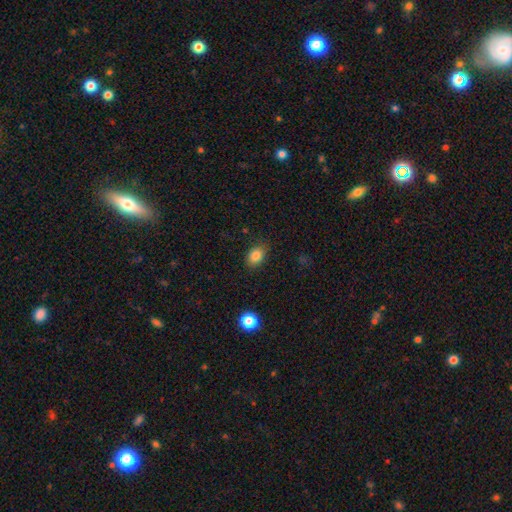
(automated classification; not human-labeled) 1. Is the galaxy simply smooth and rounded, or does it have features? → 85% smooth, 10% star or artifact, 6% featured or disk.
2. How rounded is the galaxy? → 76% in between, 23% round, 1% cigar-shaped.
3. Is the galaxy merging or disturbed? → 82% none, 14% minor disturbance, 3% major disturbance, 1% merger.